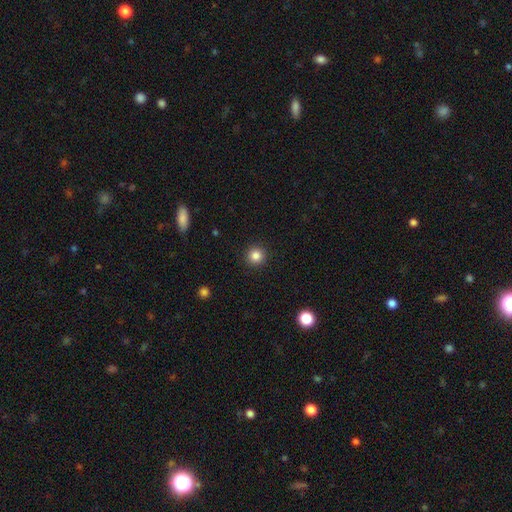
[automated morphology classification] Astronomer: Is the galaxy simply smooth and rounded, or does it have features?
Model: smooth — 84%.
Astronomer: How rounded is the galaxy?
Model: round — 95%.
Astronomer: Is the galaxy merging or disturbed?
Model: none — 93%.